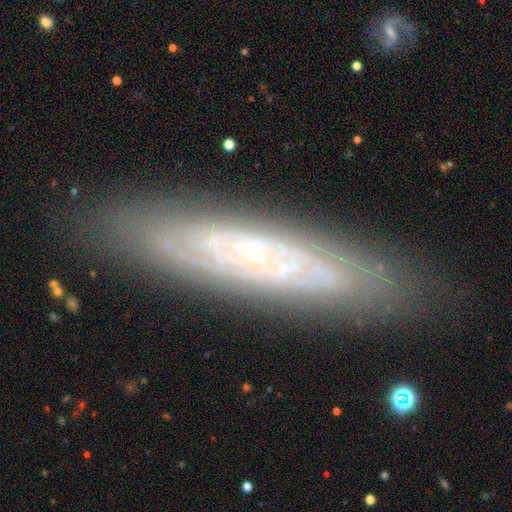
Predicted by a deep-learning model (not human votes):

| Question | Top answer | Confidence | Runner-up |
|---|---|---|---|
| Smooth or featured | featured or disk | 76% | smooth (17%) |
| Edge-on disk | no | 65% | yes (35%) |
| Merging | none | 84% | minor disturbance (11%) |